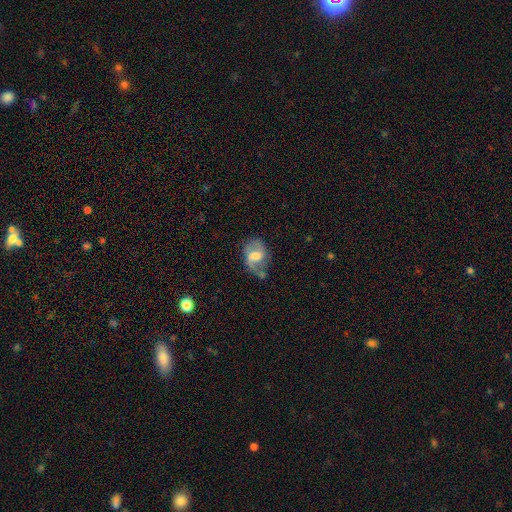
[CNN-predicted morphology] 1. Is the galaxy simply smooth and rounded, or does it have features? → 65% featured or disk, 28% smooth, 8% star or artifact.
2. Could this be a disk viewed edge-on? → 97% no, 3% yes.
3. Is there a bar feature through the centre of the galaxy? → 54% weak, 24% no, 21% strong.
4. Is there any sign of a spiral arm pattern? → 85% yes, 15% no.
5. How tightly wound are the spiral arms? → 46% loose, 41% medium, 13% tight.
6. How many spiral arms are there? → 78% 2, 12% 1, 7% can't tell, 1% 3, 1% 4, 1% more than 4.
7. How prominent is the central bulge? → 50% moderate, 22% large, 18% small, 7% none, 2% dominant.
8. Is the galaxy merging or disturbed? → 53% none, 27% minor disturbance, 14% major disturbance, 6% merger.